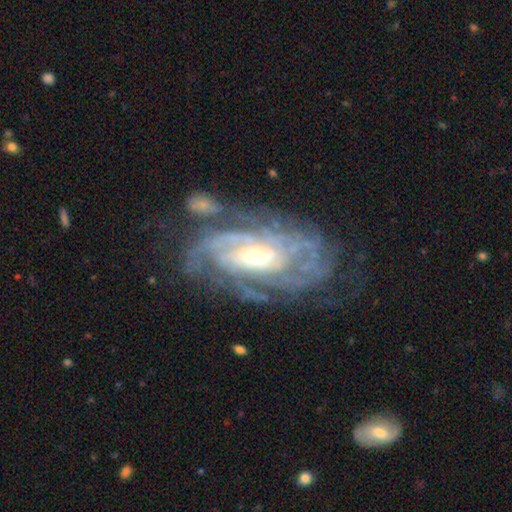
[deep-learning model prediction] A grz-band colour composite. It shows a featured or disk galaxy (88%) with no bar (49%), tight (69%) spiral arms (96%) and a moderate central bulge (55%). Merging: none (59%).